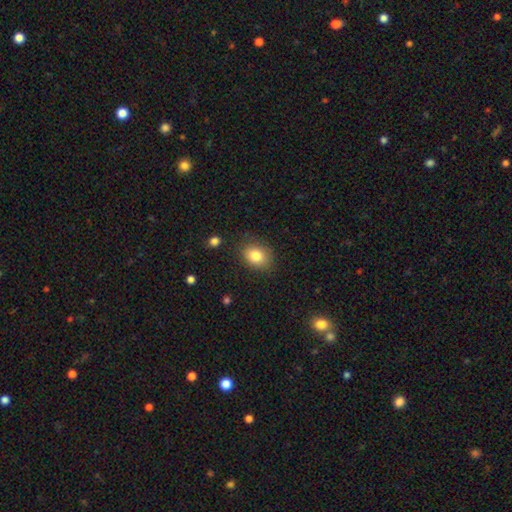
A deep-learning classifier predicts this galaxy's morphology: Smooth or featured: smooth — 82% (star or artifact — 9%)
How rounded: in between — 61% (round — 38%)
Merging: none — 82% (minor disturbance — 13%)